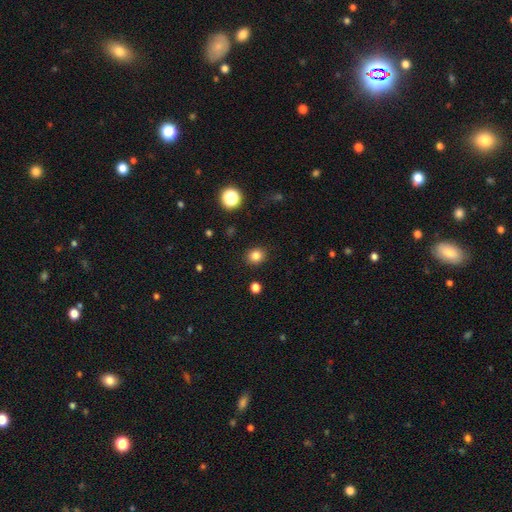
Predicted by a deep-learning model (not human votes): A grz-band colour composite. It shows a smooth galaxy with no disk features (83%) that is round (73%). Merging: none (89%).